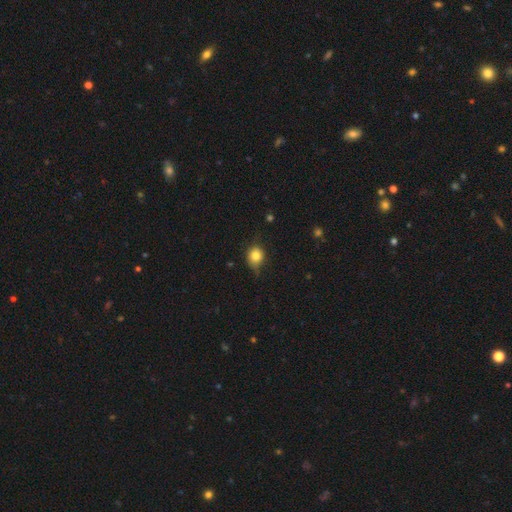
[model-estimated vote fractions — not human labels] A smooth galaxy with no disk features (80%) that is round (76%).

Vote fractions:
- Smooth or featured? smooth: 80% / star or artifact: 11% / featured or disk: 9%
- How rounded? round: 76% / in between: 23% / cigar-shaped: 1%
- Merging? none: 61% / minor disturbance: 30% / major disturbance: 7% / merger: 2%